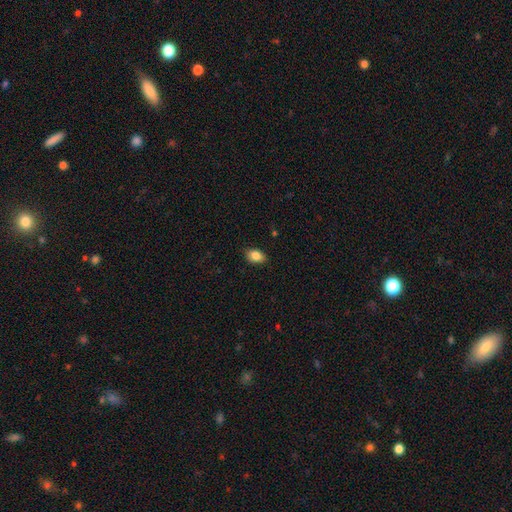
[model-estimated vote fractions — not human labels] This appears to be a smooth galaxy with no disk features (85%) that is in between round and cigar-shaped (81%). Merging: none (85%).